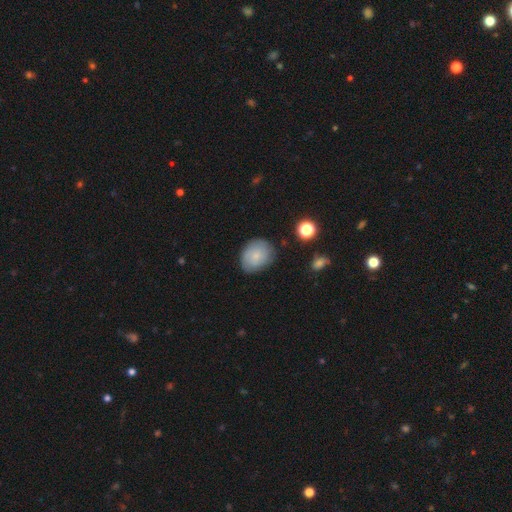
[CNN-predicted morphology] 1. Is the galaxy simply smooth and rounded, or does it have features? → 65% smooth, 27% featured or disk, 8% star or artifact.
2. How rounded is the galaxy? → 51% in between, 48% round, 1% cigar-shaped.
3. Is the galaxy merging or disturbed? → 74% none, 19% minor disturbance, 4% major disturbance, 2% merger.